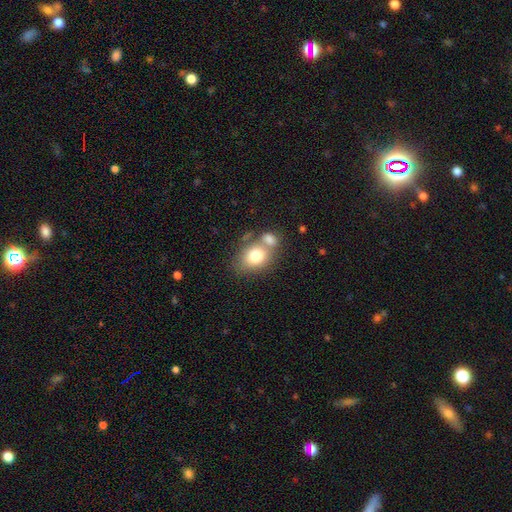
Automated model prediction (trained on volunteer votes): This is likely a smooth galaxy (76%). How rounded: likely in between (62%). Merging: marginally none (42%).